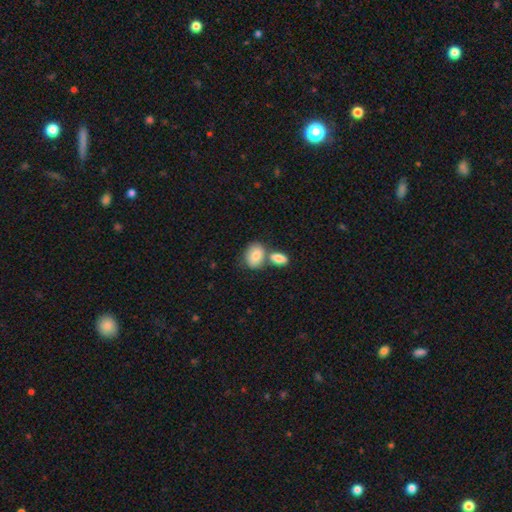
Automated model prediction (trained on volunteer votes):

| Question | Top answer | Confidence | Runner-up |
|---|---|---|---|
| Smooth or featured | smooth | 82% | featured or disk (11%) |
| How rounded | in between | 75% | round (23%) |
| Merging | merger | 44% | none (42%) |